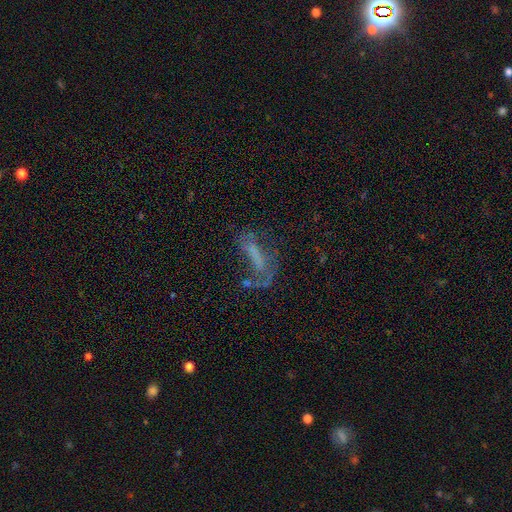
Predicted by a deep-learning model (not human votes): Morphology: type=featured or disk (51%); edge-on=no (88%); merging=major disturbance (41%).